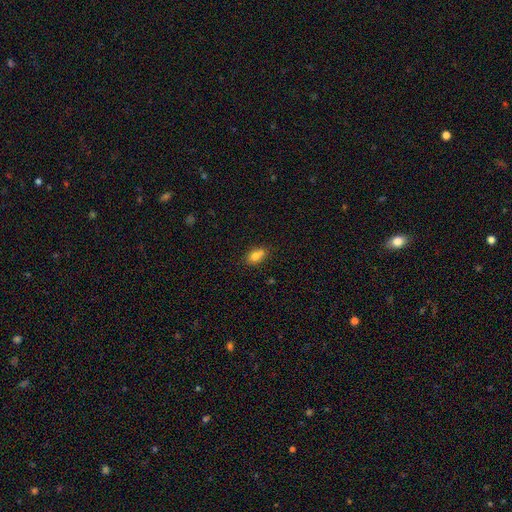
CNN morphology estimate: Smooth or featured: smooth — 79% (featured or disk — 11%)
How rounded: in between — 81% (round — 16%)
Merging: none — 69% (minor disturbance — 18%)